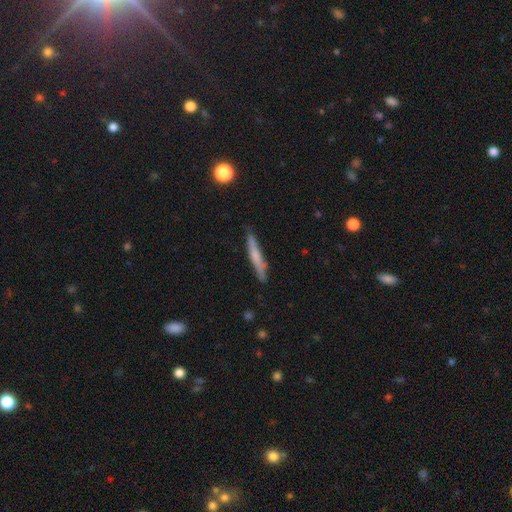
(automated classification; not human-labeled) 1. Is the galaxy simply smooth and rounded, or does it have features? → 59% smooth, 34% featured or disk, 7% star or artifact.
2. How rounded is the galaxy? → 94% cigar-shaped, 5% in between, 2% round.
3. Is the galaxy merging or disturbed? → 82% none, 14% minor disturbance, 3% major disturbance, 2% merger.